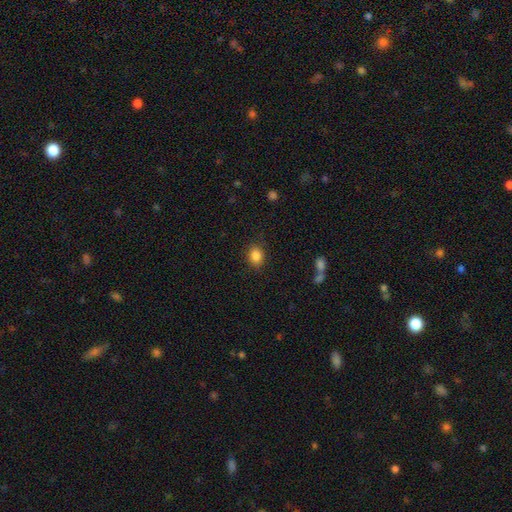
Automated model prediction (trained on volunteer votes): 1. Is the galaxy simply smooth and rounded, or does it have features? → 85% smooth, 10% star or artifact, 5% featured or disk.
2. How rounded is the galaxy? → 55% round, 44% in between, 1% cigar-shaped.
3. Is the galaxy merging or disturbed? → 84% none, 11% minor disturbance, 3% major disturbance, 2% merger.